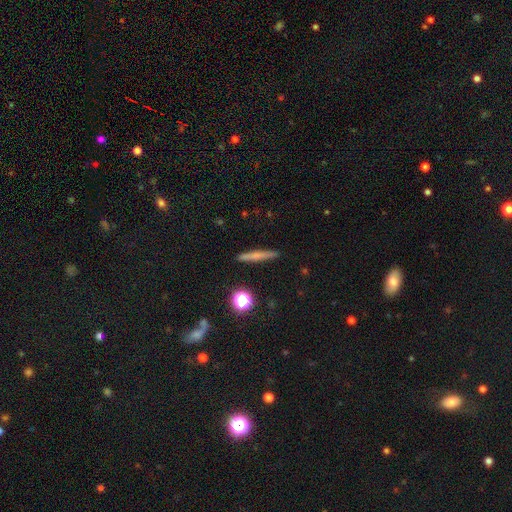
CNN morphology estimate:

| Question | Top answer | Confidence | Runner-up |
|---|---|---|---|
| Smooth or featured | smooth | 57% | featured or disk (34%) |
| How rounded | cigar-shaped | 92% | in between (5%) |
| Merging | none | 90% | minor disturbance (7%) |